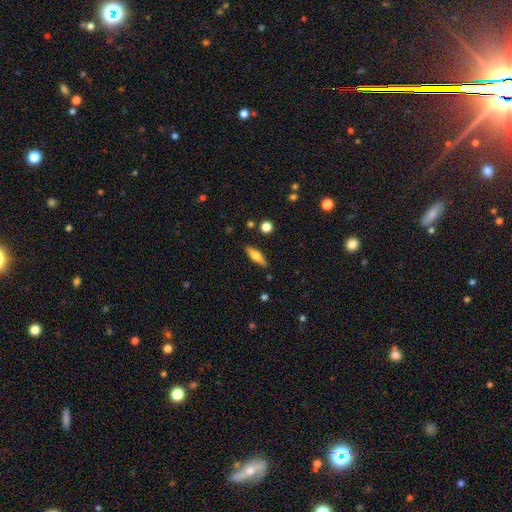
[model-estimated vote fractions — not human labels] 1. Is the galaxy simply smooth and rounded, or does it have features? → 54% smooth, 39% featured or disk, 7% star or artifact.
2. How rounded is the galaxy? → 56% cigar-shaped, 41% in between, 3% round.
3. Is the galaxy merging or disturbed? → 86% none, 10% minor disturbance, 2% major disturbance, 2% merger.